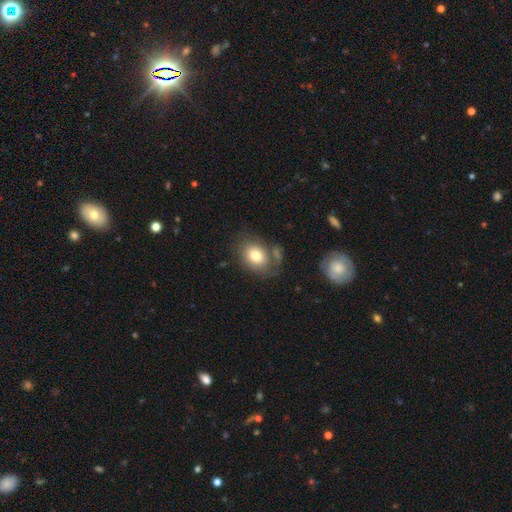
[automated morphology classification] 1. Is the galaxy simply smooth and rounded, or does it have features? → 77% smooth, 15% featured or disk, 8% star or artifact.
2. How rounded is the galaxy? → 67% in between, 32% round, 1% cigar-shaped.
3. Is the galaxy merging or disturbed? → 56% none, 20% minor disturbance, 14% merger, 10% major disturbance.